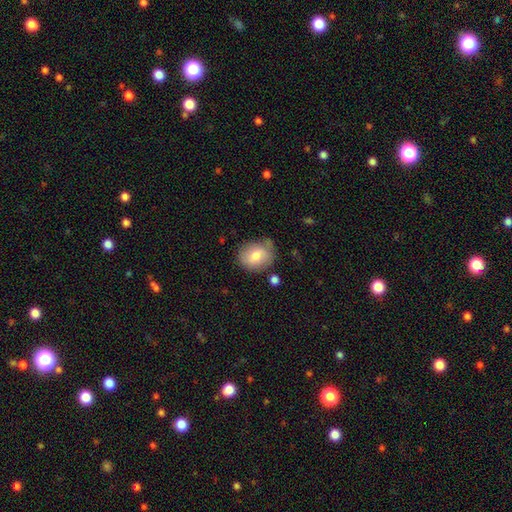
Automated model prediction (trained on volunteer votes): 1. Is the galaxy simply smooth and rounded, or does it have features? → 73% smooth, 19% featured or disk, 8% star or artifact.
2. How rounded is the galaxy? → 62% round, 37% in between, 1% cigar-shaped.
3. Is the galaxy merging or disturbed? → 67% none, 23% minor disturbance, 6% major disturbance, 5% merger.